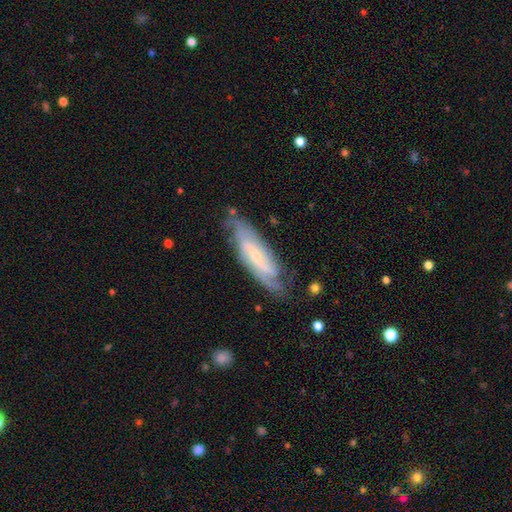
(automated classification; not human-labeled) Overall: featured or disk (79%). Edge-on disk: no (81%). Bar: weak (40%; no 39%). Spiral arms: yes (93%). Spiral arm count: 2 (46%; can't tell 32%). Spiral winding: tight (48%; medium 38%). Bulge size: small (71%). Merging: none (74%).